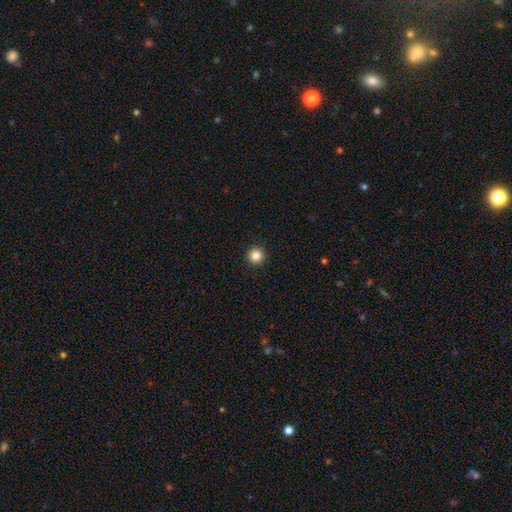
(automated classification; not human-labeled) A smooth galaxy with no disk features (85%) that is round (96%). Merging: none (94%).